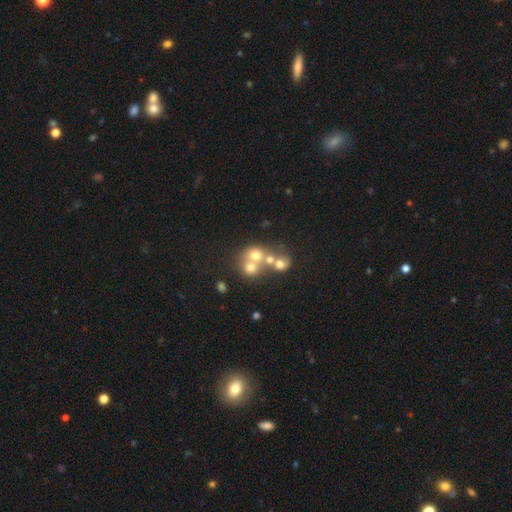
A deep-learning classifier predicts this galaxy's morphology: This is possibly a smooth galaxy (59%). How rounded: likely round (78%). Merging: possibly merger (56%).